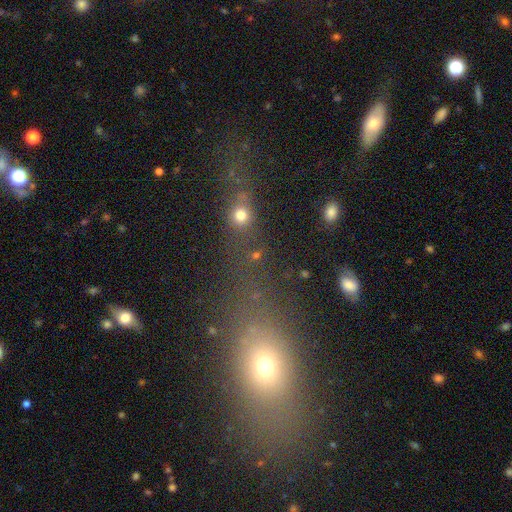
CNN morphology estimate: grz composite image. It shows a smooth galaxy with no disk features (61%) that is round (67%). Merging: none (56%).